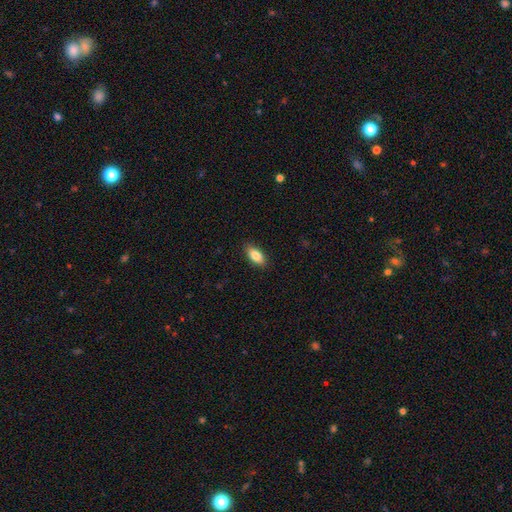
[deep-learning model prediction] The model was most divided on "smooth or featured": smooth: 85%, featured or disk: 8%, star or artifact: 7%. More confident: how rounded — in between (88%); merging — none (88%).